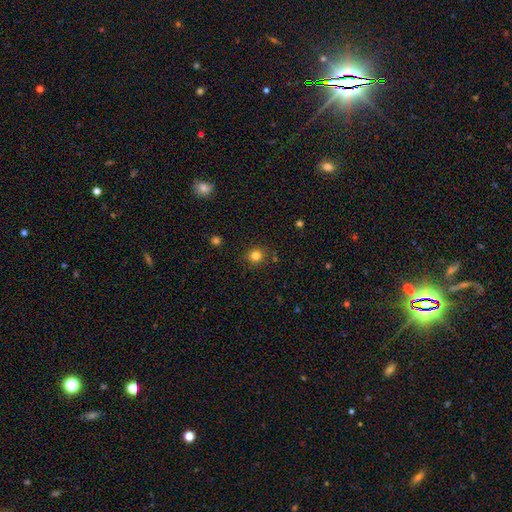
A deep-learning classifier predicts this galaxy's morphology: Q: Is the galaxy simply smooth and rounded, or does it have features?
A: smooth — 81%.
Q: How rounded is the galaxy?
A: round — 90%.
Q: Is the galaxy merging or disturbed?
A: none — 88%.